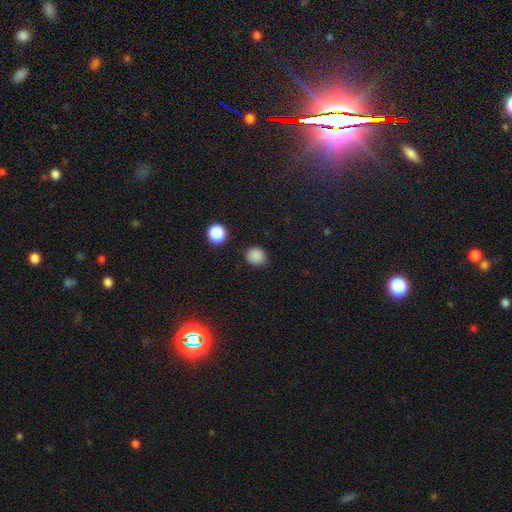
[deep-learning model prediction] Smooth or featured: smooth — 85% (star or artifact — 12%)
How rounded: round — 78% (in between — 21%)
Merging: none — 84% (minor disturbance — 11%)